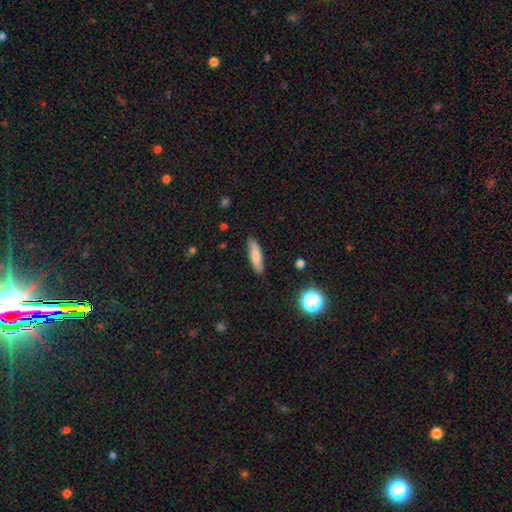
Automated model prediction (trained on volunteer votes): Smooth or featured? Predicted: smooth (p=0.73). How rounded? Predicted: cigar-shaped (p=0.65). Merging? Predicted: none (p=0.85).